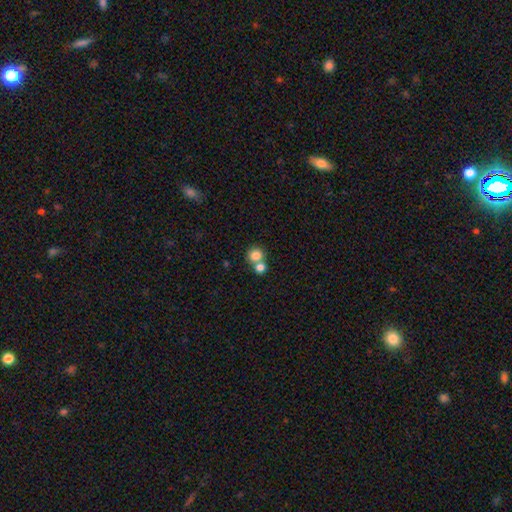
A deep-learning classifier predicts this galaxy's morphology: smooth 80%, star or artifact 10%, featured or disk 9%. Down the decision tree: how rounded — round (83%); merging — none (46%, tied with merger).